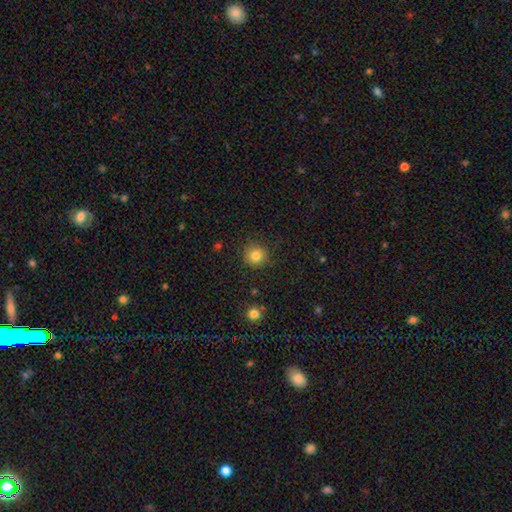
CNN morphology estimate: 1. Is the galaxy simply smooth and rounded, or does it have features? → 82% smooth, 12% star or artifact, 6% featured or disk.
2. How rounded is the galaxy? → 92% round, 7% in between, 1% cigar-shaped.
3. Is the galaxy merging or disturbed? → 86% none, 10% minor disturbance, 3% major disturbance, 1% merger.